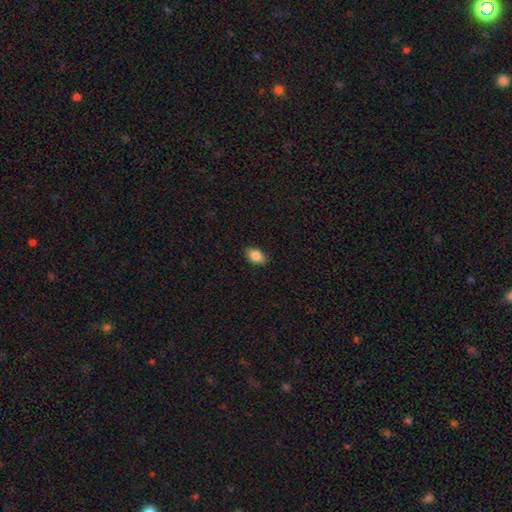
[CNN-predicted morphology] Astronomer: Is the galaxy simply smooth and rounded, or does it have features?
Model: smooth — 86%.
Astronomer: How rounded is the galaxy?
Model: in between — 88%.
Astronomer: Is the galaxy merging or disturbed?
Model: none — 88%.